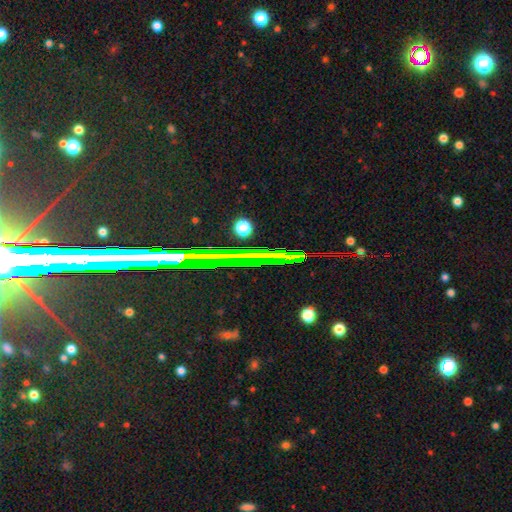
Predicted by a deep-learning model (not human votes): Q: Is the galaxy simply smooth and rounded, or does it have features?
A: star or artifact — 76%.